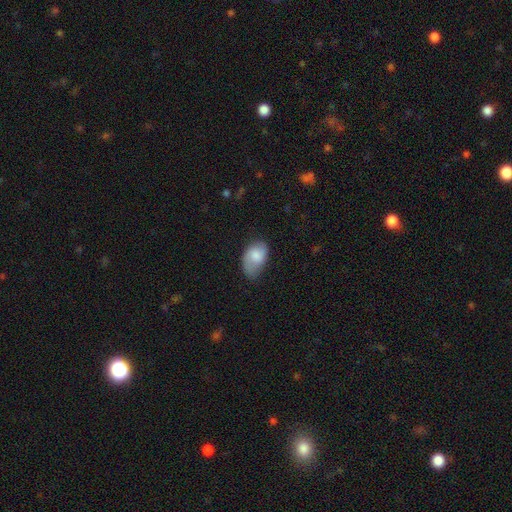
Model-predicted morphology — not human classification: The model was most divided on "merging": none: 45%, minor disturbance: 39%, major disturbance: 14%, merger: 2%. More confident: how rounded — in between (90%); smooth or featured — smooth (70%).